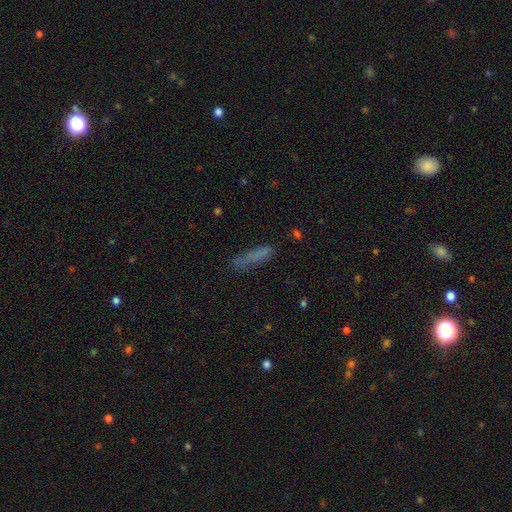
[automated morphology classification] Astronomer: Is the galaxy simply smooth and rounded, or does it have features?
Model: smooth — 72%.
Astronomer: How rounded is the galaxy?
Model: cigar-shaped — 83%.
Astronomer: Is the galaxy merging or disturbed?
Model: none — 66%.